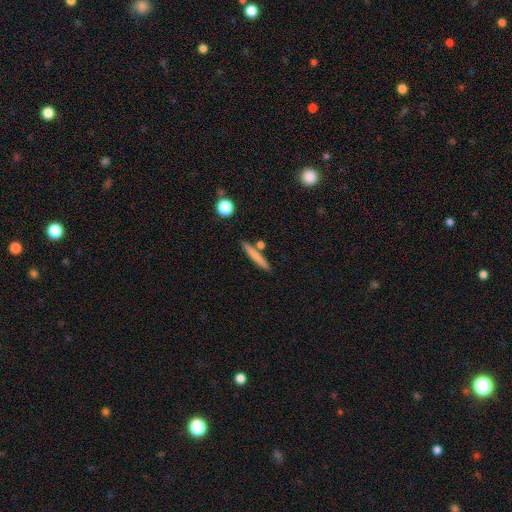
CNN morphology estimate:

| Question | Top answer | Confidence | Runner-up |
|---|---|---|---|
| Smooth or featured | smooth | 73% | featured or disk (20%) |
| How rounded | cigar-shaped | 92% | in between (5%) |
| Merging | none | 81% | minor disturbance (8%) |